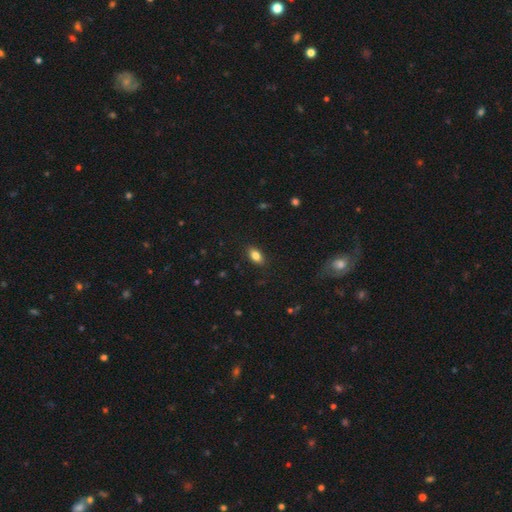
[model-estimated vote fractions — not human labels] This appears to be a smooth galaxy with no disk features (83%) that is in between round and cigar-shaped (88%). Merging: none (87%).